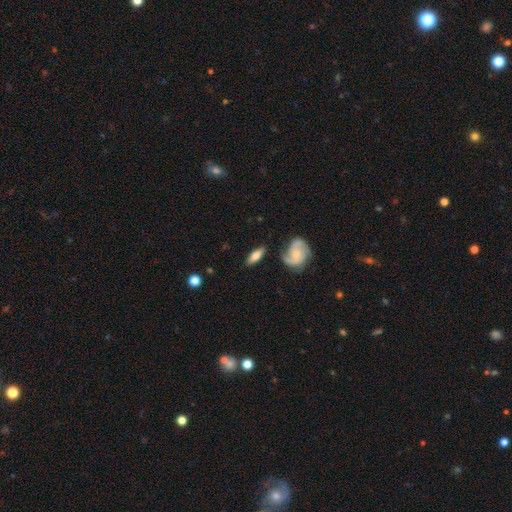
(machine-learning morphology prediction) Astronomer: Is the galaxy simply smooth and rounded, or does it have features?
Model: smooth — 59% (runner-up: featured or disk, 34%).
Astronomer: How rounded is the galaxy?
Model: in between — 65%.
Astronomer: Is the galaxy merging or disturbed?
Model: none — 77%.